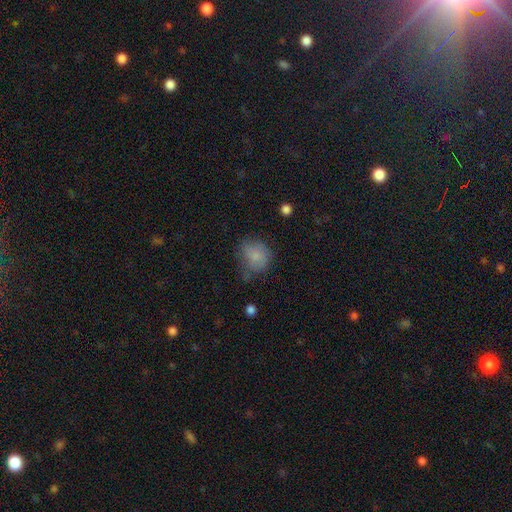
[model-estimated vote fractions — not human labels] smooth_or_featured: smooth (p=0.78) [alt: featured or disk p=0.13]
how_rounded: round (p=0.69) [alt: in between p=0.30]
merging: none (p=0.52) [alt: minor disturbance p=0.31]